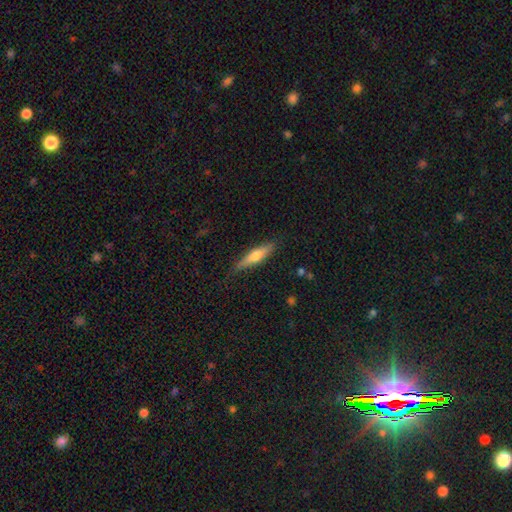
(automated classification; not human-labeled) Smooth or featured? smooth (53%)
How rounded? cigar-shaped (80%)
Merging? none (83%)